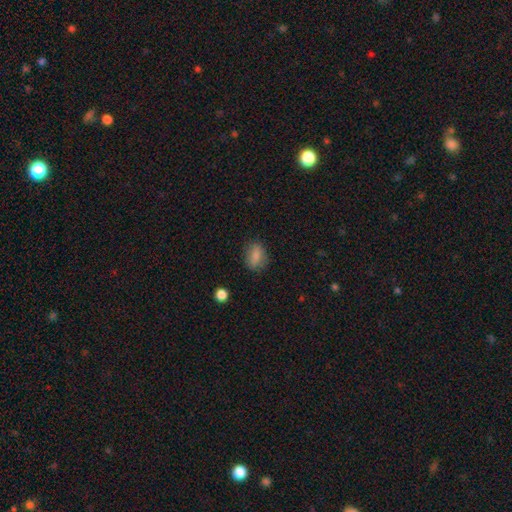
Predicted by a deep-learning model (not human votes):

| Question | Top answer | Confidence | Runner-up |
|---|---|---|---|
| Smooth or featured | smooth | 82% | star or artifact (10%) |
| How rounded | in between | 68% | round (30%) |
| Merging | none | 78% | minor disturbance (16%) |